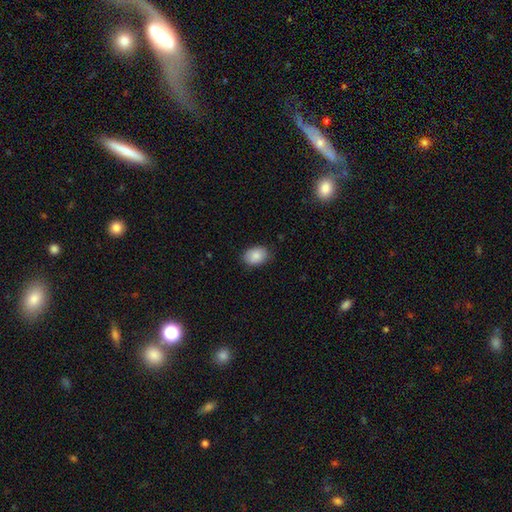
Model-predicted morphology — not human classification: Smooth or featured?
  - smooth: 87% *
  - star or artifact: 7%
  - featured or disk: 6%
How rounded?
  - in between: 78% *
  - round: 21%
  - cigar-shaped: 1%
Merging?
  - none: 83% *
  - minor disturbance: 13%
  - major disturbance: 3%
  - merger: 1%